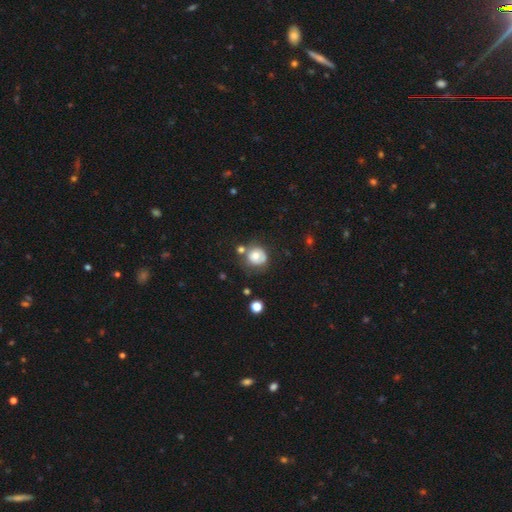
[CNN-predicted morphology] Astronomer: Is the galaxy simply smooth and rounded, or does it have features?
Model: smooth — 66%.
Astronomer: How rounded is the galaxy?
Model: round — 85%.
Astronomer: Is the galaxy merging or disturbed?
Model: none — 55%.